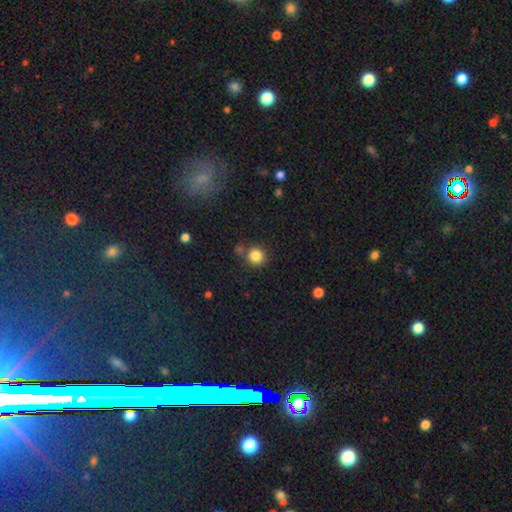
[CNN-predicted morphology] Smooth or featured?
  - smooth: 84% *
  - star or artifact: 11%
  - featured or disk: 5%
How rounded?
  - round: 91% *
  - in between: 8%
  - cigar-shaped: 1%
Merging?
  - none: 74% *
  - merger: 11%
  - minor disturbance: 11%
  - major disturbance: 4%